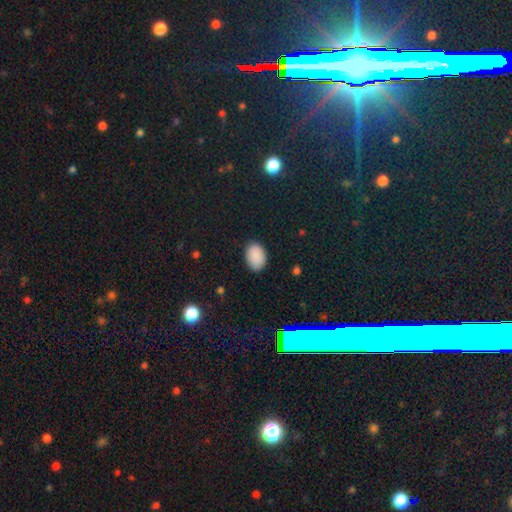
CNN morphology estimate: Smooth or featured: smooth — 88% (star or artifact — 8%)
How rounded: in between — 85% (round — 14%)
Merging: none — 86% (minor disturbance — 11%)